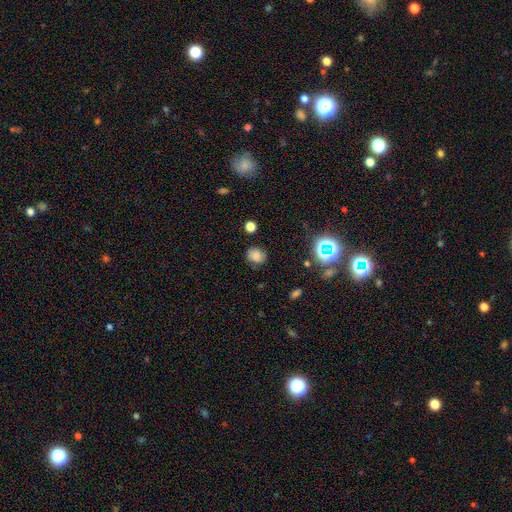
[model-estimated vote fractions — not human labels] A smooth galaxy with no disk features (76%) that is round (62%). Merging: none (78%).